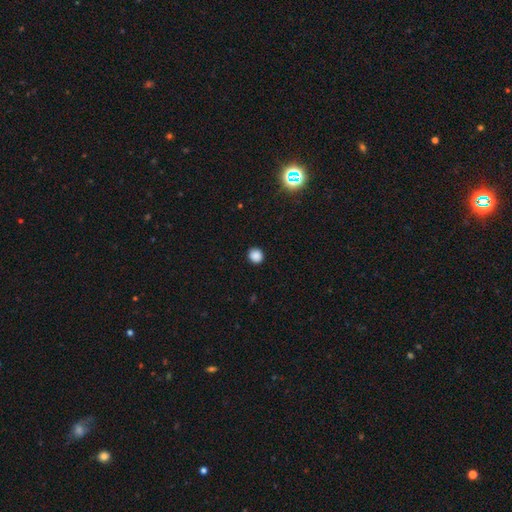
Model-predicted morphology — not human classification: A smooth galaxy with no disk features (87%) that is round (87%). Merging: none (92%).